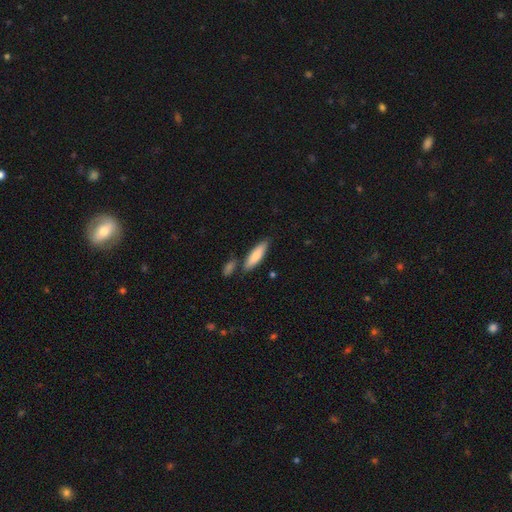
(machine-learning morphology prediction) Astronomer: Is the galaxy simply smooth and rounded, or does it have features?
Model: smooth — 81%.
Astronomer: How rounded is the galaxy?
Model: cigar-shaped — 62%.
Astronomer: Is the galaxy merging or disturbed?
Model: none — 75%.